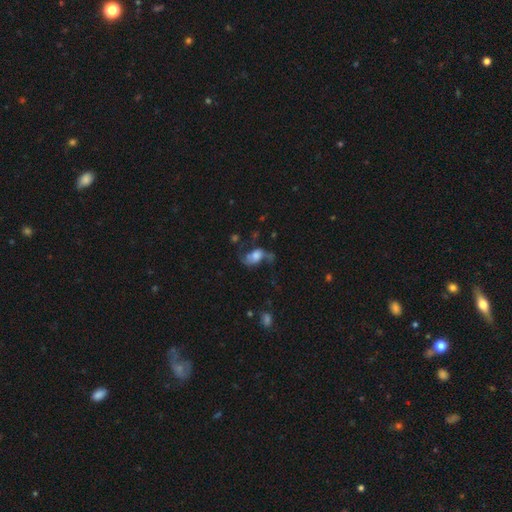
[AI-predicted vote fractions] Morphology: type=featured or disk (54%); edge-on=no (95%); bar=no (65%); spiral arms=yes (81%); bulge=large (36%); merging=none (41%).